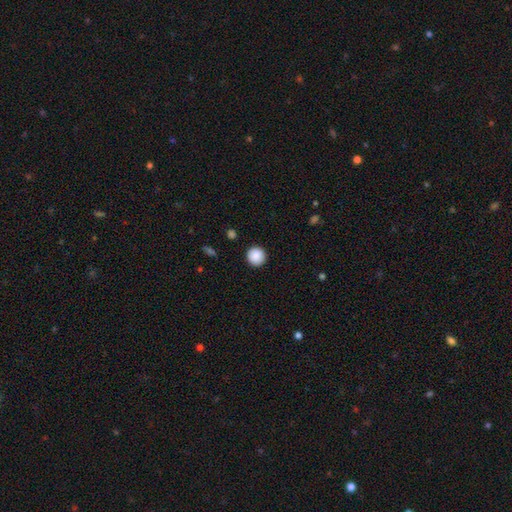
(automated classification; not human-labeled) Smooth or featured? Predicted: smooth (p=0.89). How rounded? Predicted: round (p=0.95). Merging? Predicted: none (p=0.92).